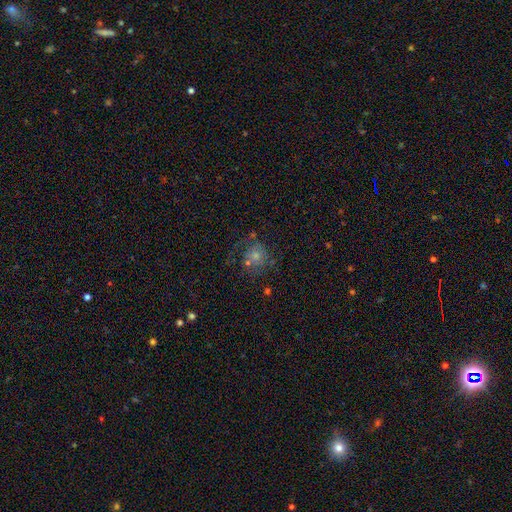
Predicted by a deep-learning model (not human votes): smooth_or_featured: featured or disk (p=0.41) [alt: smooth p=0.36]
merging: none (p=0.60) [alt: major disturbance p=0.18]